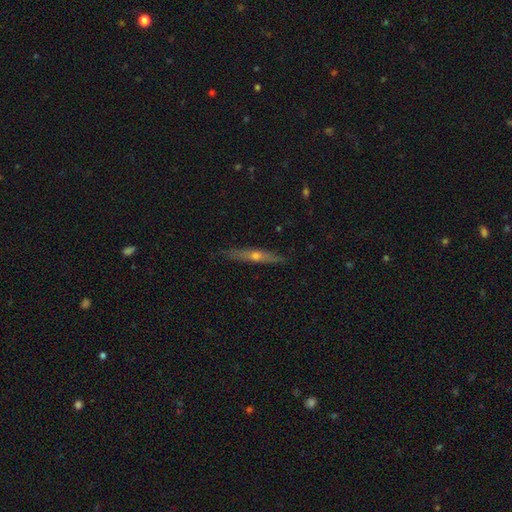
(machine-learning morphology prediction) A featured or disk galaxy (69%) viewed edge-on (95%) with a rounded central bulge (87%).

Vote fractions:
- Smooth or featured? featured or disk: 69% / smooth: 24% / star or artifact: 7%
- Edge-on disk? yes: 95% / no: 5%
- Edge-on bulge? rounded: 87% / none: 11% / boxy: 2%
- Merging? none: 89% / minor disturbance: 8% / major disturbance: 2% / merger: 1%